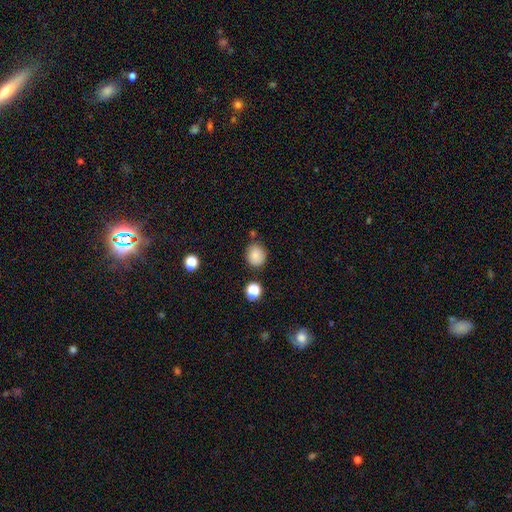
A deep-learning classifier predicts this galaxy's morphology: Smooth or featured? smooth (84%)
How rounded? round (76%)
Merging? none (78%)